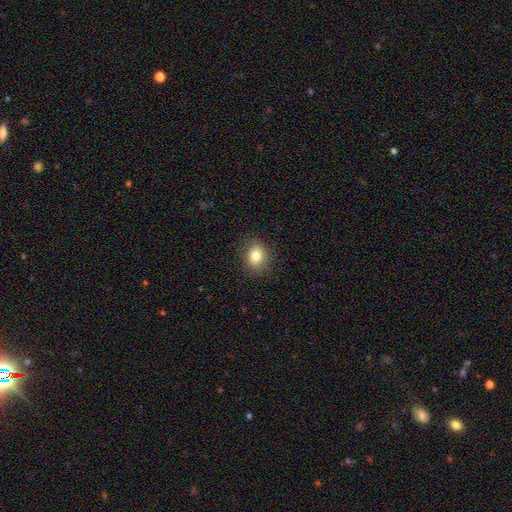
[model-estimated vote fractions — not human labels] Smooth or featured? smooth (81%)
How rounded? round (64%)
Merging? none (87%)